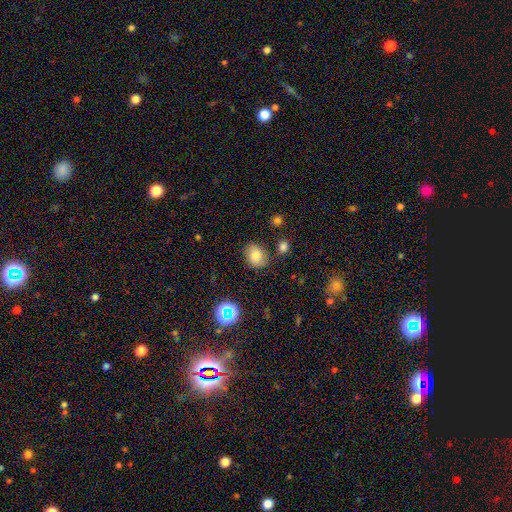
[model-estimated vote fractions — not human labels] This is likely a smooth galaxy (79%). How rounded: possibly in between (54%). Merging: likely none (75%).